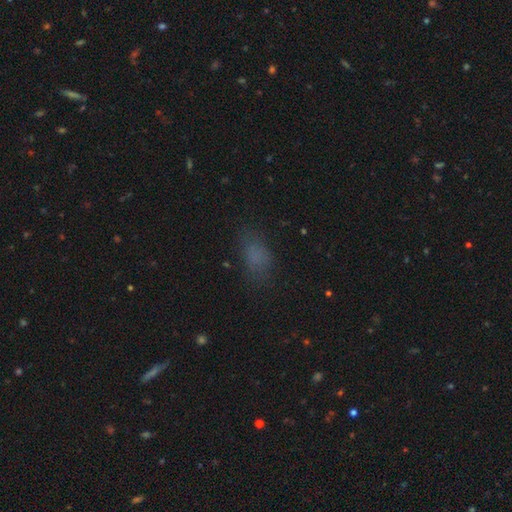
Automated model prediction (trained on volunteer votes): Smooth or featured?
  - smooth: 72% *
  - star or artifact: 18%
  - featured or disk: 10%
How rounded?
  - in between: 82% *
  - round: 11%
  - cigar-shaped: 7%
Merging?
  - none: 70% *
  - minor disturbance: 18%
  - major disturbance: 10%
  - merger: 2%